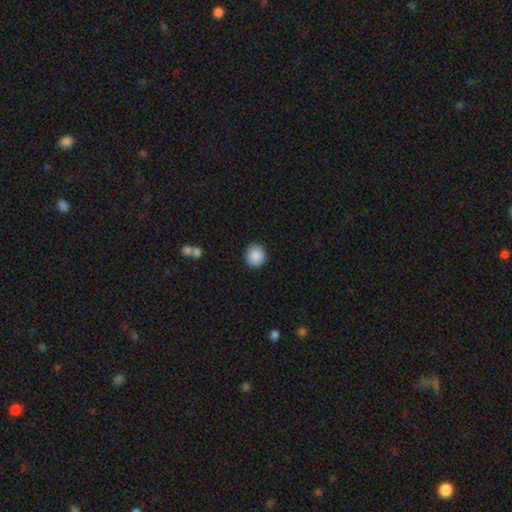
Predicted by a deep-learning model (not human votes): This is clearly a smooth galaxy (89%). How rounded: clearly round (89%). Merging: clearly none (90%).